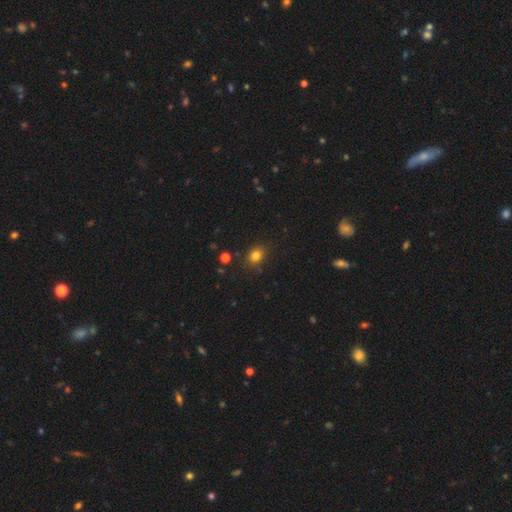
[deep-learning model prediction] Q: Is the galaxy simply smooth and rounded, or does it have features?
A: smooth — 80%.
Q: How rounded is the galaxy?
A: round — 53%.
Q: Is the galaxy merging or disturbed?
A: none — 83%.